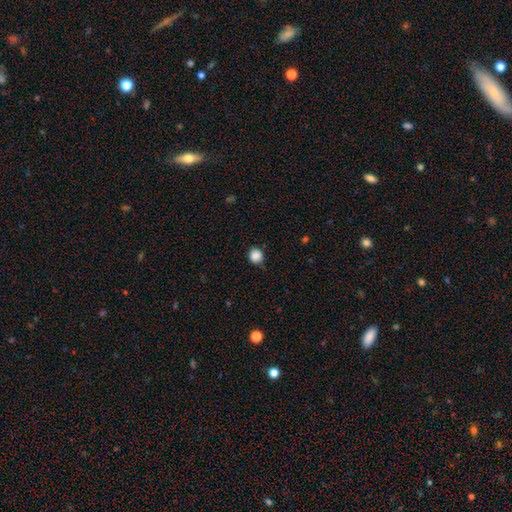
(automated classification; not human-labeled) This is clearly a smooth galaxy (87%). How rounded: clearly round (86%). Merging: clearly none (80%).